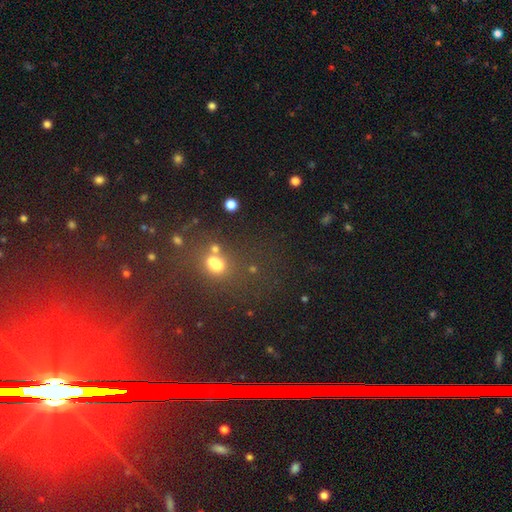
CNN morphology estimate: A star or artifact, not a galaxy (70%).